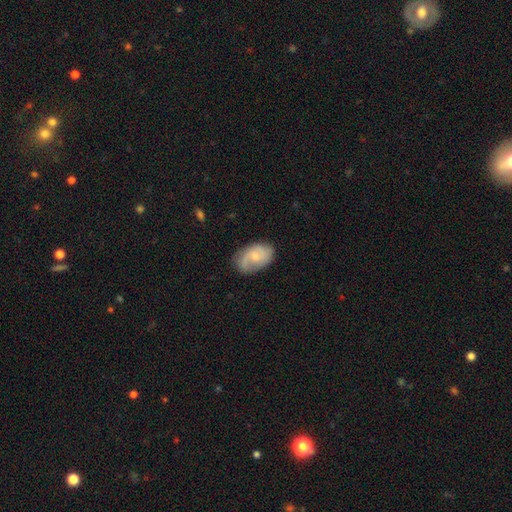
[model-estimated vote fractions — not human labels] Smooth or featured? Predicted: featured or disk (p=0.54). Edge-on disk? Predicted: no (p=0.96). Bar? Predicted: no (p=0.59). Spiral arms? Predicted: yes (p=0.86). Bulge size? Predicted: small (p=0.54). Merging? Predicted: none (p=0.70).